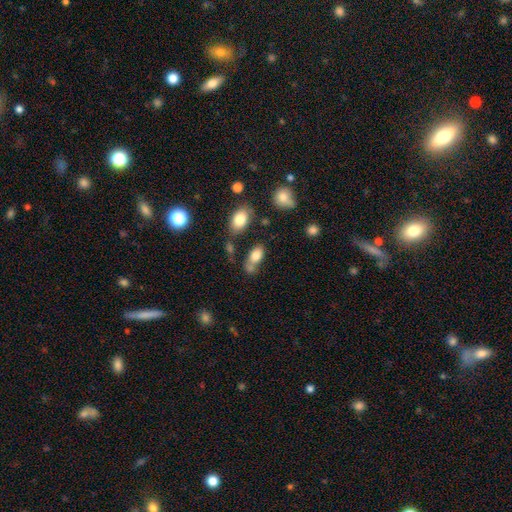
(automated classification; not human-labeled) Smooth or featured: smooth — 80% (featured or disk — 11%)
How rounded: in between — 88% (round — 8%)
Merging: none — 48% (merger — 27%)